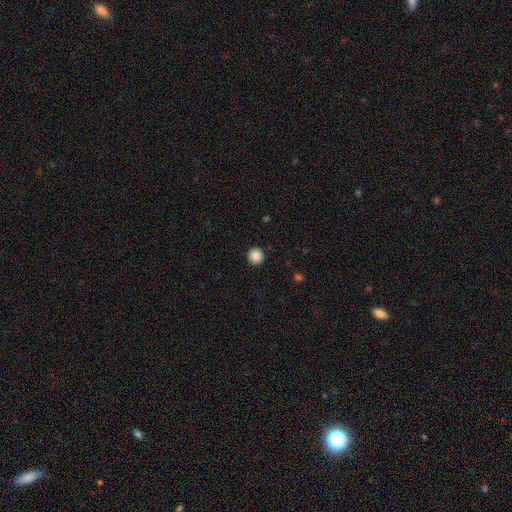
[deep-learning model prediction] smooth 88%, star or artifact 9%, featured or disk 3%. Down the decision tree: how rounded — round (95%); merging — none (93%).